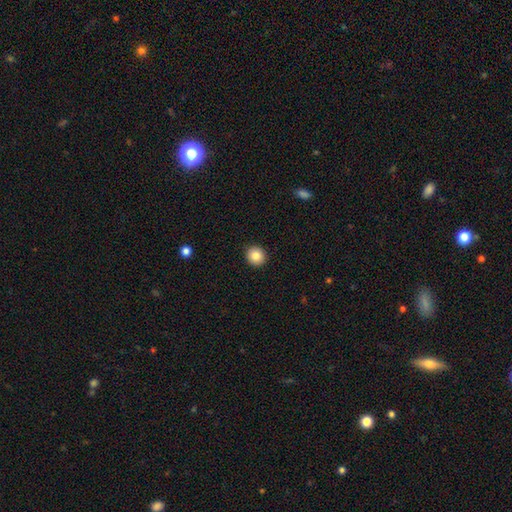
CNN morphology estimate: This appears to be a smooth galaxy with no disk features (84%) that is round (92%). Merging: none (93%).